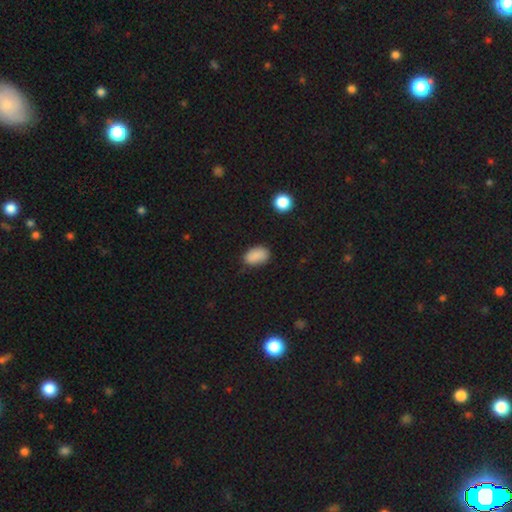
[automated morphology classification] This appears to be a smooth galaxy with no disk features (86%) that is in between round and cigar-shaped (88%). Merging: none (71%).